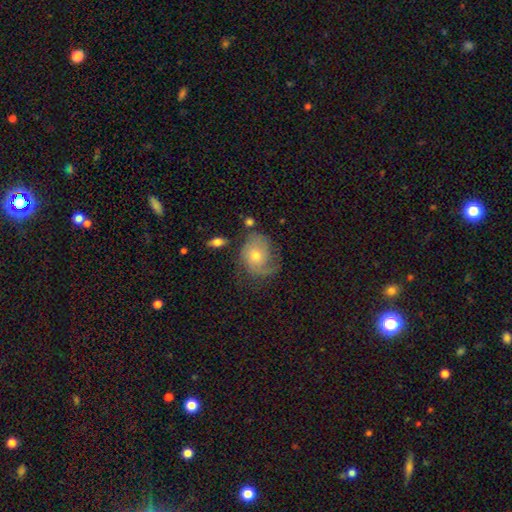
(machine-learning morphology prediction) Smooth or featured? featured or disk (64%)
Edge-on disk? no (97%)
Bar? no (79%)
Spiral arms? yes (87%)
Spiral winding? tight (43%)
Spiral arm count? 1 (38%)
Bulge size? moderate (57%)
Merging? none (54%)